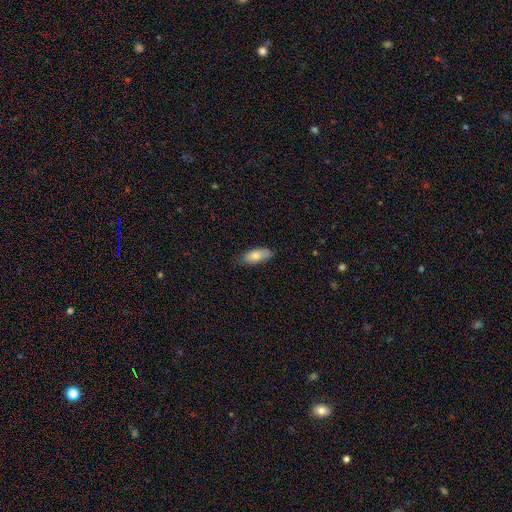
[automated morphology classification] This is likely a smooth galaxy (77%). How rounded: clearly in between (85%). Merging: likely none (78%).